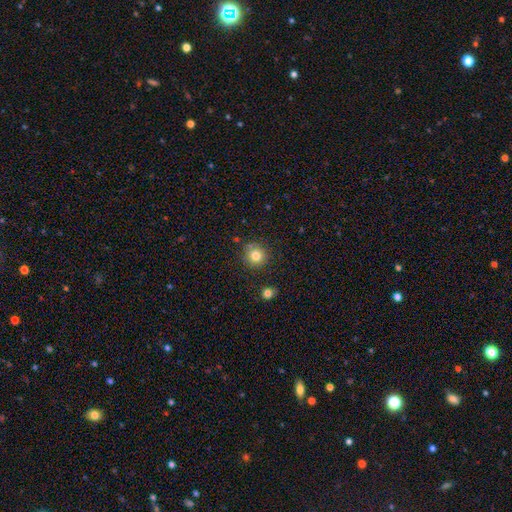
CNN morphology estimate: A smooth galaxy with no disk features (81%) that is round (92%).

Vote fractions:
- Smooth or featured? smooth: 81% / star or artifact: 11% / featured or disk: 7%
- How rounded? round: 92% / in between: 7% / cigar-shaped: 1%
- Merging? none: 83% / minor disturbance: 10% / merger: 4% / major disturbance: 3%